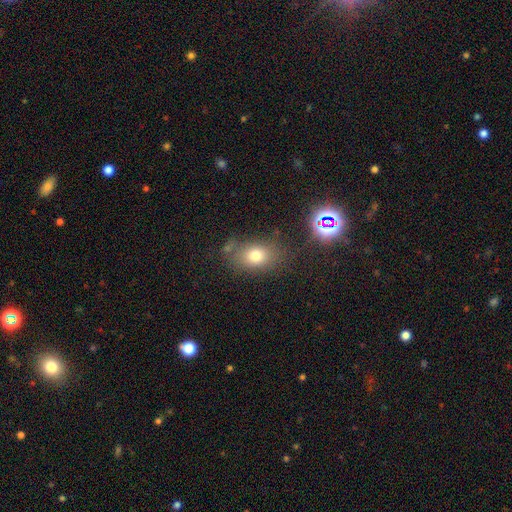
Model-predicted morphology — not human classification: smooth-or-featured: smooth: 73% | star or artifact: 15% | featured or disk: 12%
  how-rounded: in between: 68% | round: 31% | cigar-shaped: 2%
  merging: none: 70% | minor disturbance: 16% | major disturbance: 7% | merger: 7%